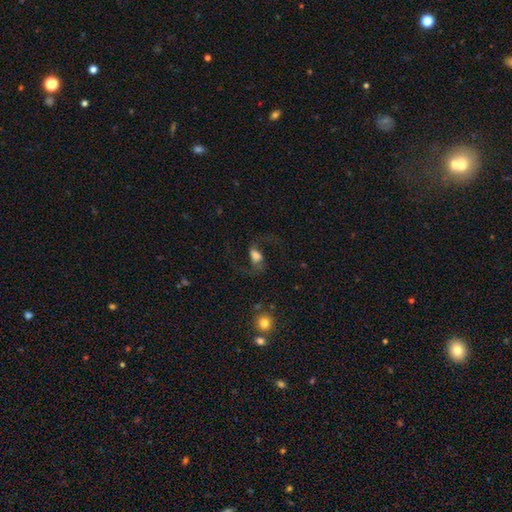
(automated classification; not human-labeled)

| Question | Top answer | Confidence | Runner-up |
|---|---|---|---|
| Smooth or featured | featured or disk | 64% | smooth (25%) |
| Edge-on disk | no | 96% | yes (4%) |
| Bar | weak | 43% | no (34%) |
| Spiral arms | yes | 92% | no (8%) |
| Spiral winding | loose | 80% | medium (17%) |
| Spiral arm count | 2 | 92% | 1 (3%) |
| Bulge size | large | 40% | moderate (33%) |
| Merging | none | 64% | major disturbance (20%) |